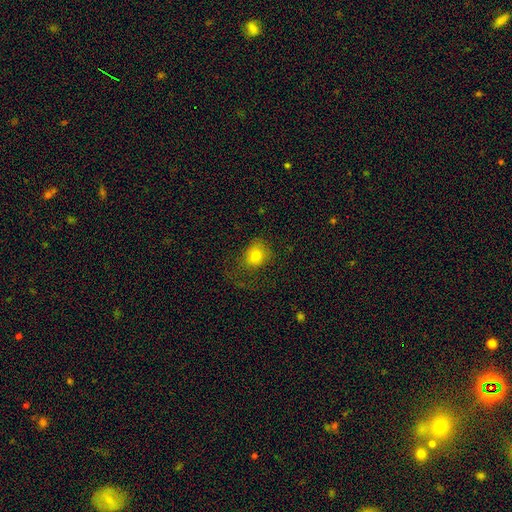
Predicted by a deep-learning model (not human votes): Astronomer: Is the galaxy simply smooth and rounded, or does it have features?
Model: smooth — 78%.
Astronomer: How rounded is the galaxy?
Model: round — 62%.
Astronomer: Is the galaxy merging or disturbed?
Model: none — 52%.